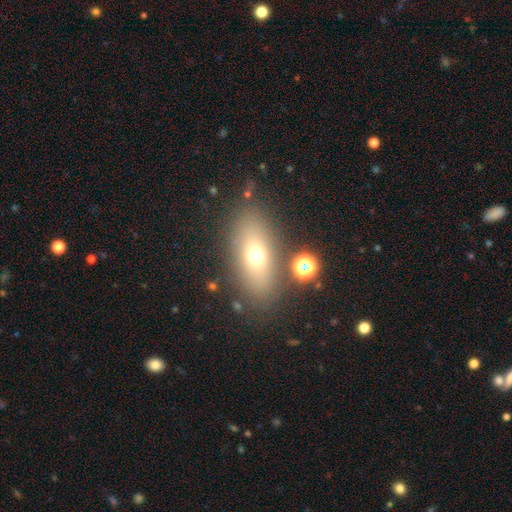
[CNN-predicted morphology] smooth-or-featured: smooth: 64% | featured or disk: 24% | star or artifact: 13%
  how-rounded: in between: 76% | cigar-shaped: 16% | round: 9%
  merging: none: 80% | minor disturbance: 10% | merger: 5% | major disturbance: 4%